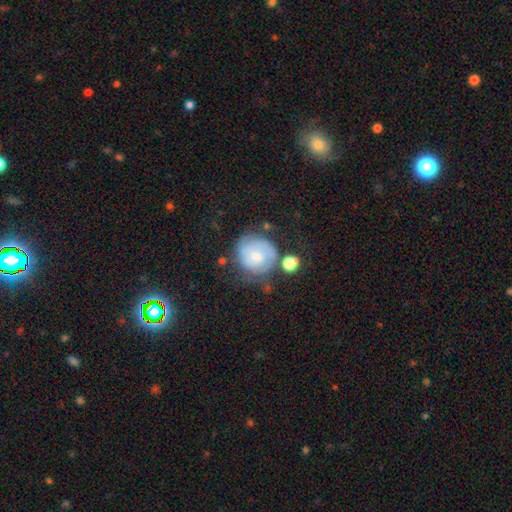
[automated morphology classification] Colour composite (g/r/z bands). It shows a smooth galaxy with no disk features (46%). Merging: none (56%).